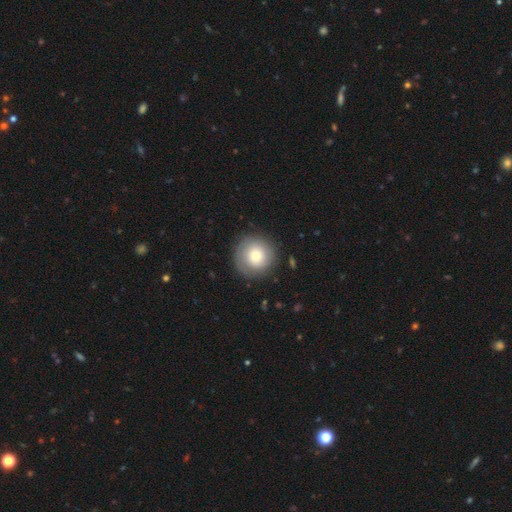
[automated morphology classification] smooth-or-featured: smooth: 68% | featured or disk: 23% | star or artifact: 9%
  how-rounded: round: 95% | in between: 4% | cigar-shaped: 1%
  merging: none: 84% | minor disturbance: 11% | major disturbance: 4% | merger: 1%